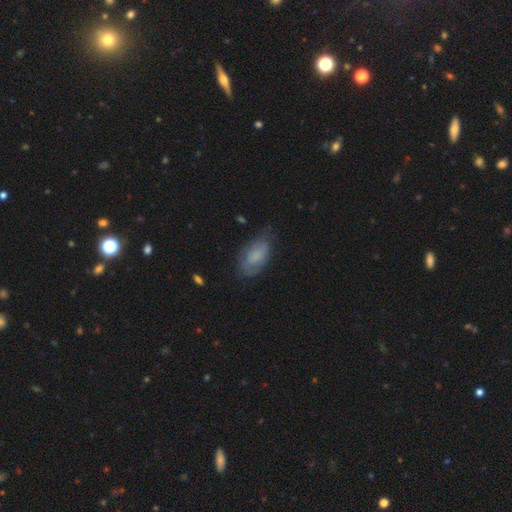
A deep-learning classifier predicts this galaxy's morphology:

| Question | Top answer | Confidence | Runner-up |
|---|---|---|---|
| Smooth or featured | smooth | 67% | featured or disk (25%) |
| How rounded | in between | 93% | round (4%) |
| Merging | none | 64% | minor disturbance (26%) |